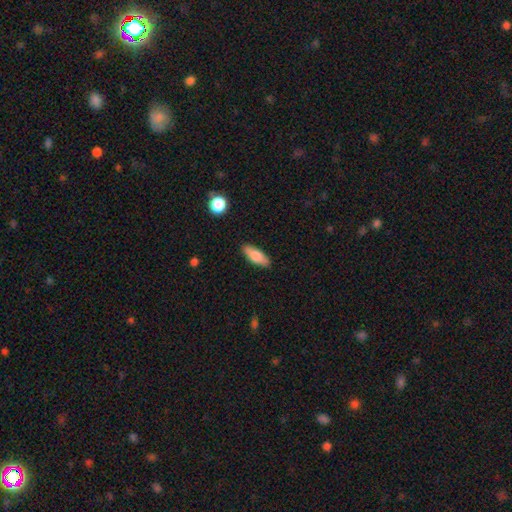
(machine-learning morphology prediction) A smooth galaxy with no disk features (78%) that is in between round and cigar-shaped (71%). Merging: none (87%).